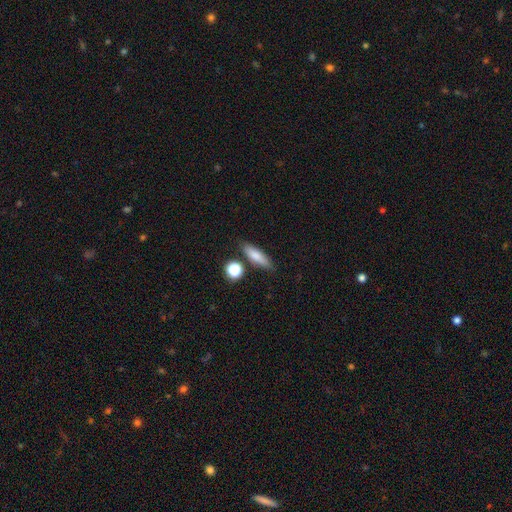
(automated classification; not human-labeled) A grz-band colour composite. It shows a smooth galaxy with no disk features (78%) that is cigar-shaped (51%). Merging: none (79%).